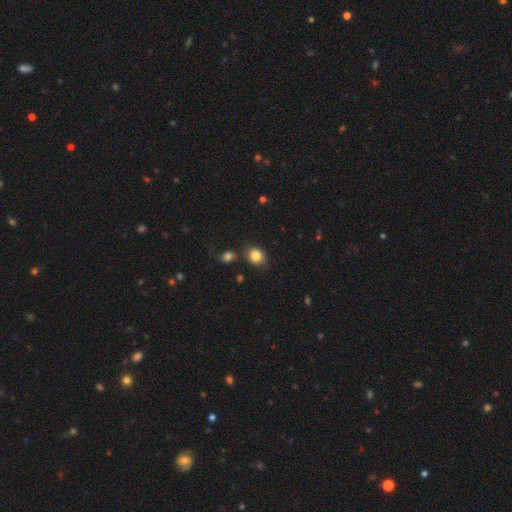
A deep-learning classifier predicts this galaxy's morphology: Smooth or featured?
  - smooth: 83% *
  - star or artifact: 10%
  - featured or disk: 6%
How rounded?
  - round: 70% *
  - in between: 29%
  - cigar-shaped: 1%
Merging?
  - none: 75% *
  - minor disturbance: 14%
  - merger: 7%
  - major disturbance: 4%